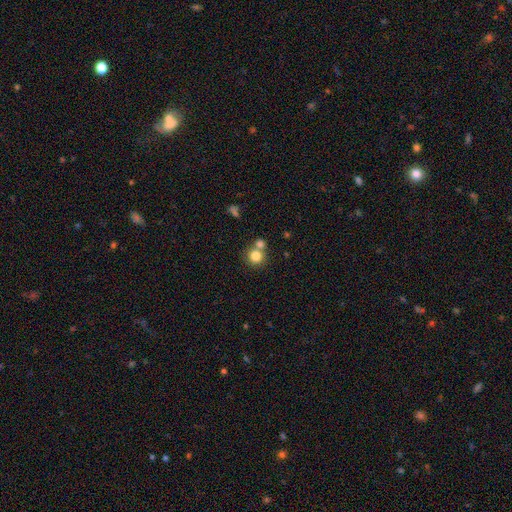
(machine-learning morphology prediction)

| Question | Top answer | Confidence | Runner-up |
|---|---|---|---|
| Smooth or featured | smooth | 81% | star or artifact (11%) |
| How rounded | round | 91% | in between (8%) |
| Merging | none | 55% | merger (35%) |